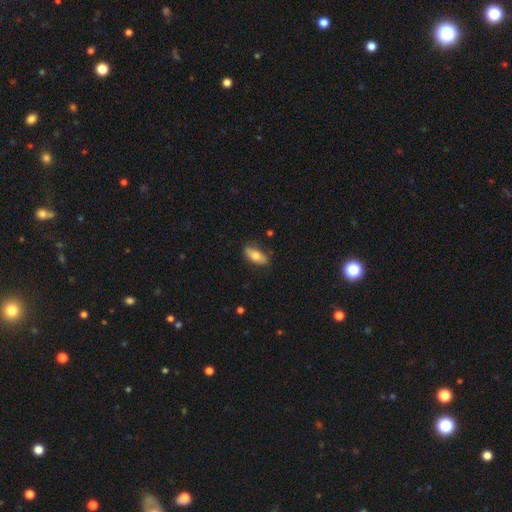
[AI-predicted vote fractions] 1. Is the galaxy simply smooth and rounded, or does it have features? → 68% smooth, 25% featured or disk, 6% star or artifact.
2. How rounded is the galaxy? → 78% in between, 19% cigar-shaped, 3% round.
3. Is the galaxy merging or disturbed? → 78% none, 17% minor disturbance, 3% major disturbance, 2% merger.